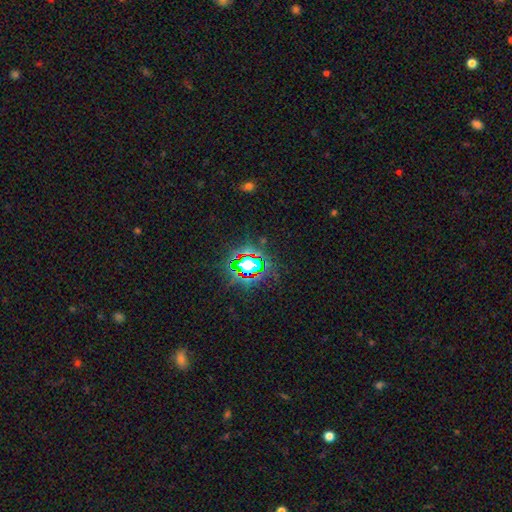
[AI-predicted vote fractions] A star or artifact, not a galaxy (81%).

Vote fractions:
- Smooth or featured? star or artifact: 81% / smooth: 12% / featured or disk: 8%